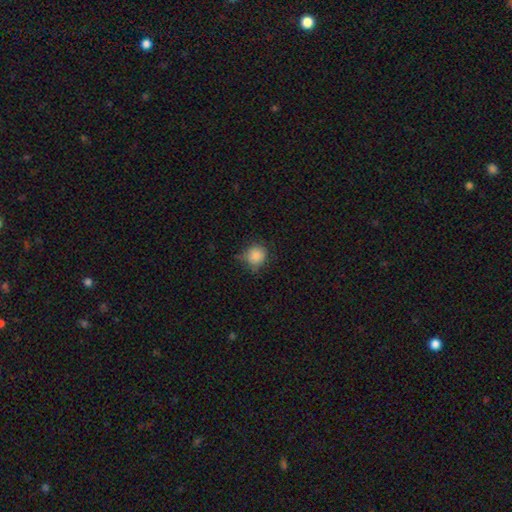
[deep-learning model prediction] Smooth or featured: smooth — 85% (star or artifact — 9%)
How rounded: round — 85% (in between — 14%)
Merging: none — 64% (minor disturbance — 28%)